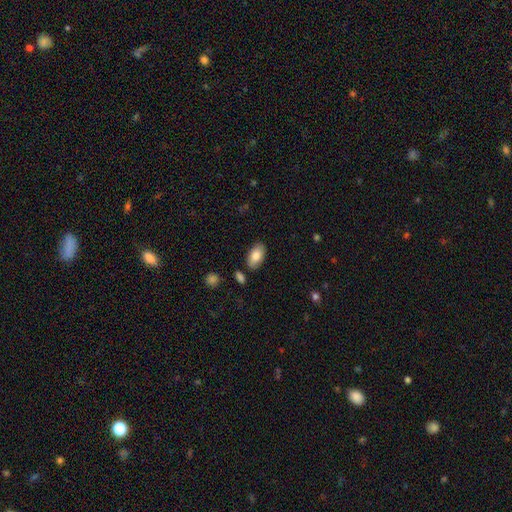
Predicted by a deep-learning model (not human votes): A smooth galaxy with no disk features (82%) that is in between round and cigar-shaped (94%). Merging: none (84%).